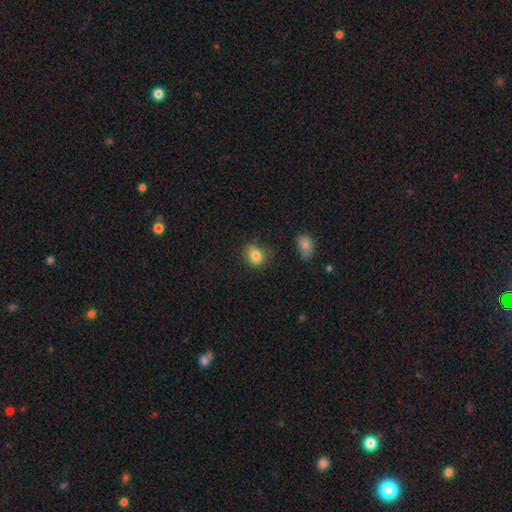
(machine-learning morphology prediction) Smooth or featured? Predicted: smooth (p=0.83). How rounded? Predicted: round (p=0.52). Merging? Predicted: none (p=0.62).